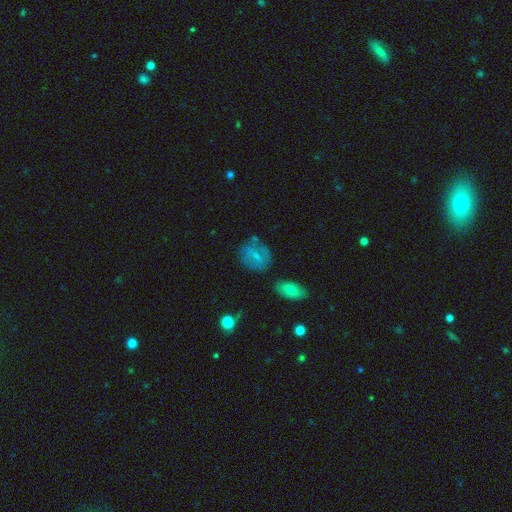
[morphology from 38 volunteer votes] Smooth or featured?
  - smooth: 61% *
  - featured or disk: 29%
  - star or artifact: 11%
How rounded?
  - round: 61% *
  - in between: 39%
  - cigar-shaped: 0%
Merging?
  - none: 68% *
  - minor disturbance: 21%
  - merger: 9%
  - major disturbance: 3%